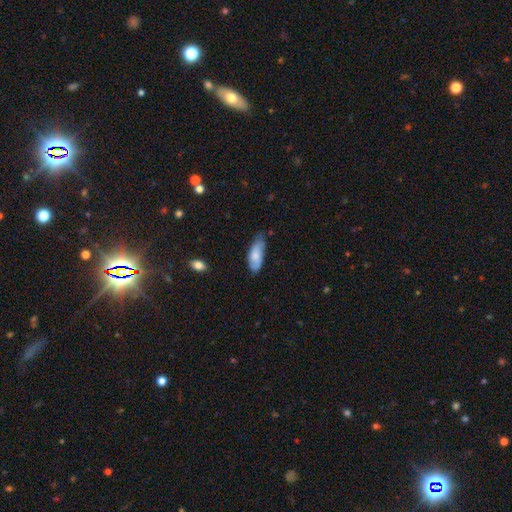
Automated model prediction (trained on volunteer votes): Q: Smooth or featured?
A: smooth (76%); runner-up: featured or disk (19%)
Q: How rounded?
A: in between (78%); runner-up: cigar-shaped (20%)
Q: Merging?
A: none (58%); runner-up: minor disturbance (34%)